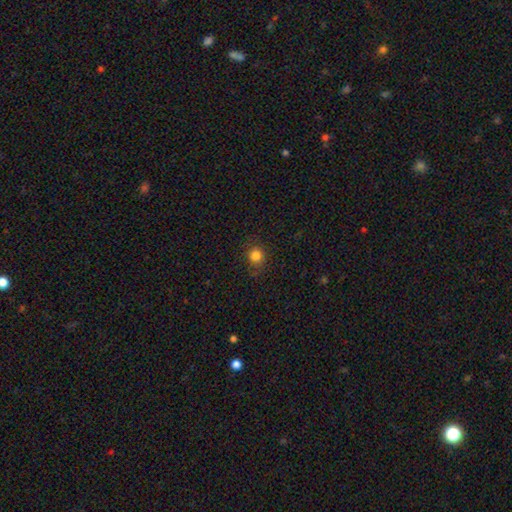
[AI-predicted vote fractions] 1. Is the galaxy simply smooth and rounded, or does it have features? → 81% smooth, 13% star or artifact, 6% featured or disk.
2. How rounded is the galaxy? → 80% round, 19% in between, 1% cigar-shaped.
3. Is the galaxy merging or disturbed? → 79% none, 14% minor disturbance, 5% major disturbance, 1% merger.